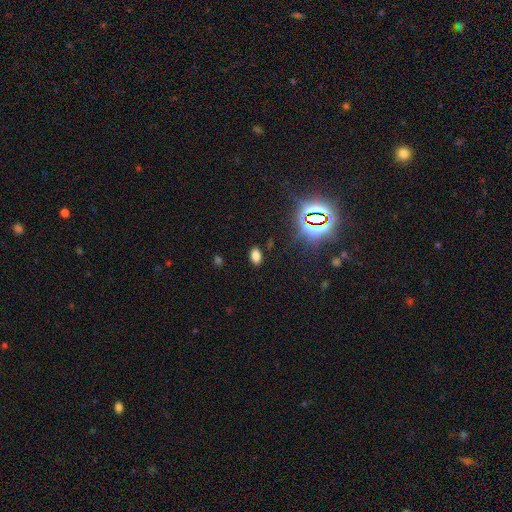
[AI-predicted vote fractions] smooth-or-featured: smooth: 73% | star or artifact: 21% | featured or disk: 6%
  how-rounded: in between: 92% | round: 5% | cigar-shaped: 3%
  merging: none: 87% | minor disturbance: 8% | major disturbance: 3% | merger: 1%